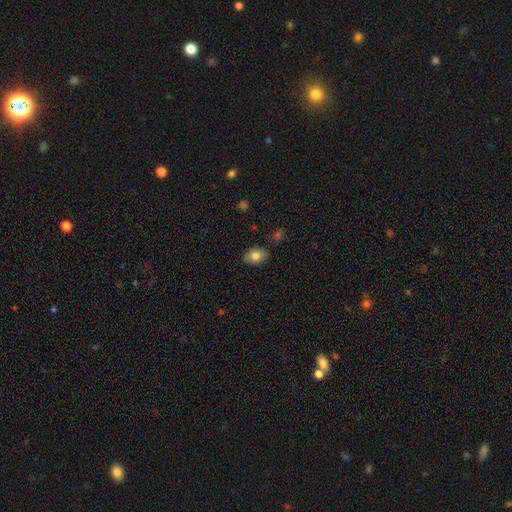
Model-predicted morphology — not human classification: A smooth galaxy with no disk features (81%) that is in between round and cigar-shaped (82%).

Vote fractions:
- Smooth or featured? smooth: 81% / featured or disk: 11% / star or artifact: 8%
- How rounded? in between: 82% / round: 16% / cigar-shaped: 1%
- Merging? none: 83% / minor disturbance: 12% / major disturbance: 2% / merger: 2%